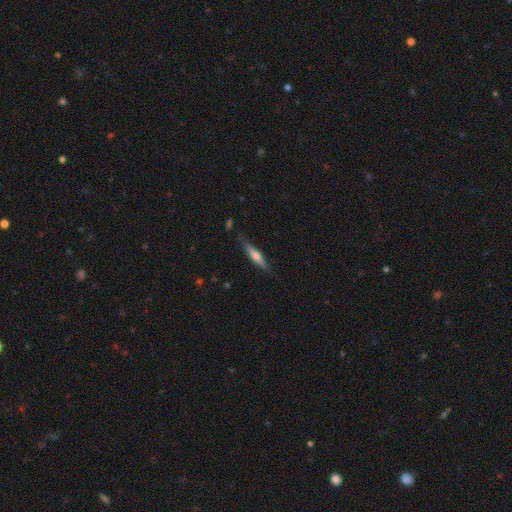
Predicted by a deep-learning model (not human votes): This appears to be a smooth galaxy with no disk features (51%) that is cigar-shaped (85%). Merging: none (81%).